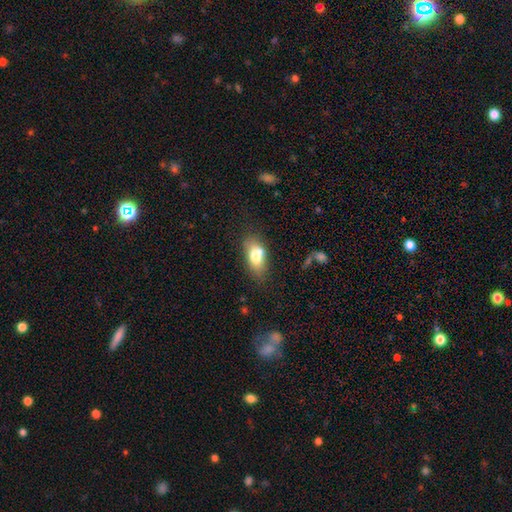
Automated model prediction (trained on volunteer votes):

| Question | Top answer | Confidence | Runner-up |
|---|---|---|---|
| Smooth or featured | smooth | 72% | featured or disk (20%) |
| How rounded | in between | 86% | round (8%) |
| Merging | none | 57% | merger (19%) |